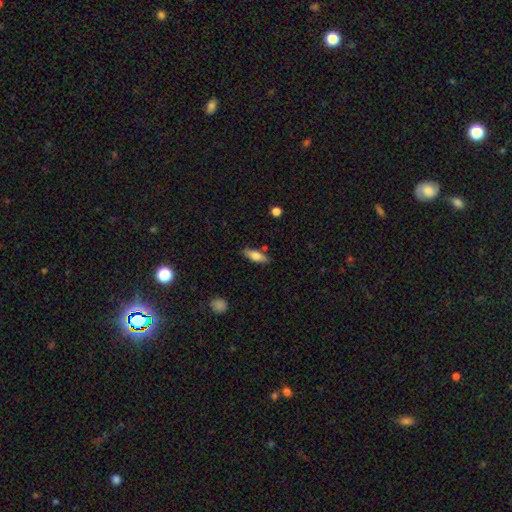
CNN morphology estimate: Smooth or featured? smooth (74%)
How rounded? in between (57%)
Merging? none (82%)